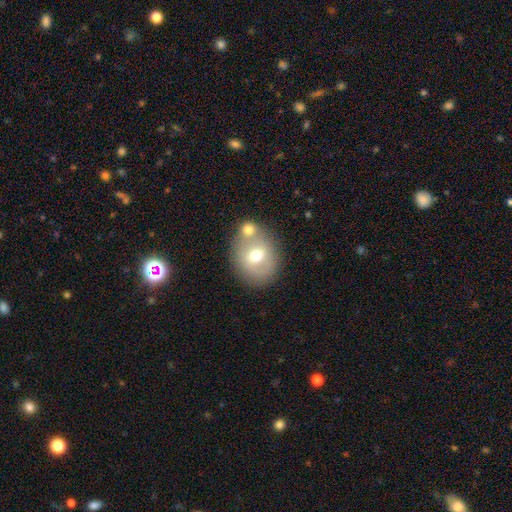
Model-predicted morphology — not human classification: smooth-or-featured: smooth: 57% | featured or disk: 34% | star or artifact: 9%
  how-rounded: round: 55% | in between: 44% | cigar-shaped: 1%
  merging: none: 55% | merger: 28% | minor disturbance: 12% | major disturbance: 4%